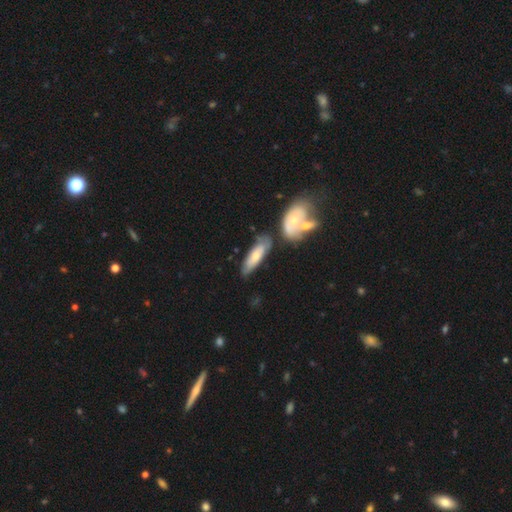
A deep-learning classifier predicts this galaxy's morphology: smooth_or_featured: smooth (p=0.59) [alt: featured or disk p=0.35]
how_rounded: in between (p=0.50) [alt: cigar-shaped p=0.48]
merging: none (p=0.59) [alt: minor disturbance p=0.20]